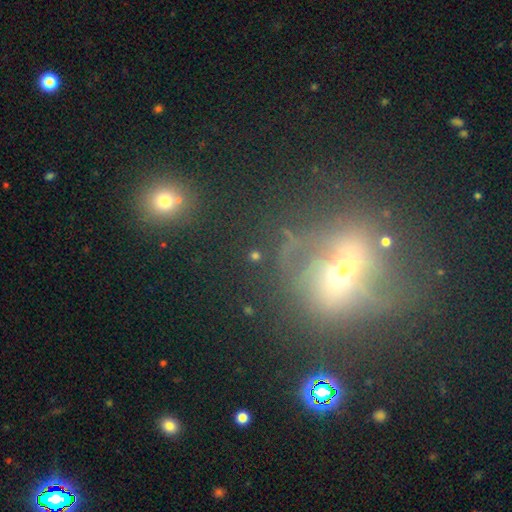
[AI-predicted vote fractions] This appears to be a smooth galaxy with no disk features (45%). Merging: none (73%).